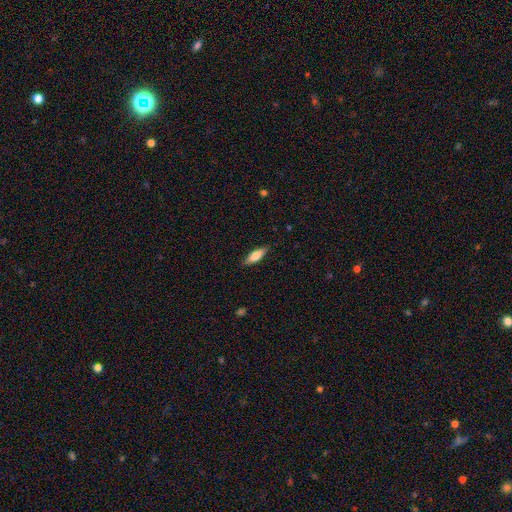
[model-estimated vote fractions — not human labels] Overall: smooth (71%). How rounded: in between (54%; cigar-shaped 44%). Merging: none (84%).